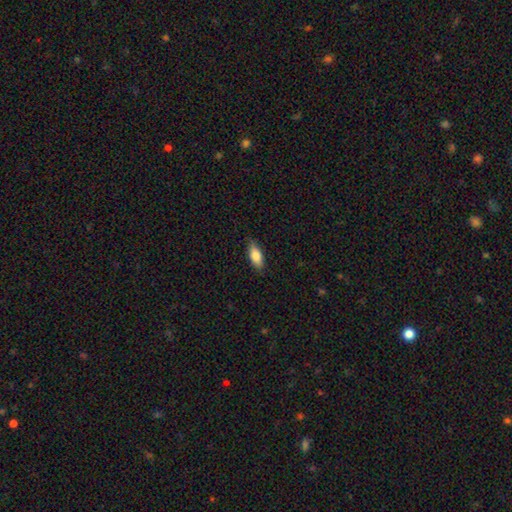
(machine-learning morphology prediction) smooth_or_featured: smooth (p=0.81) [alt: featured or disk p=0.12]
how_rounded: in between (p=0.81) [alt: cigar-shaped p=0.16]
merging: none (p=0.82) [alt: minor disturbance p=0.14]